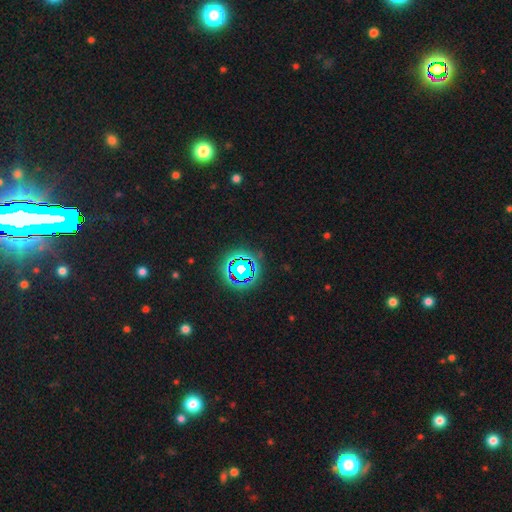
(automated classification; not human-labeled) This is likely a star or artifact rather than a galaxy (77%).